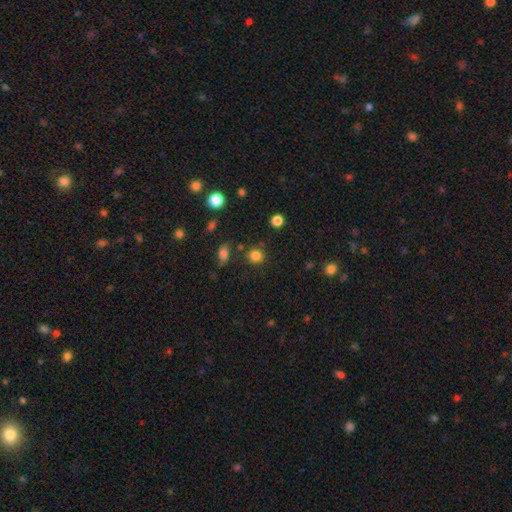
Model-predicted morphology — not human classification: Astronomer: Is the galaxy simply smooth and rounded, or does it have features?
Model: smooth — 82%.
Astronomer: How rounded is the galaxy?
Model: round — 88%.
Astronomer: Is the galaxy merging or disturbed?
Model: none — 83%.